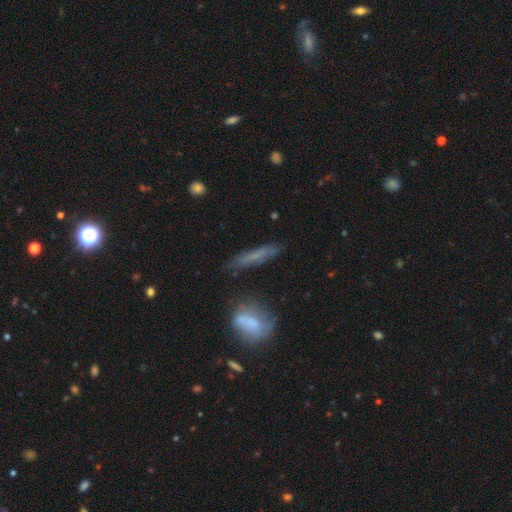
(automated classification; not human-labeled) Smooth or featured: smooth — 56% (featured or disk — 32%)
How rounded: cigar-shaped — 86% (in between — 11%)
Merging: none — 71% (minor disturbance — 18%)